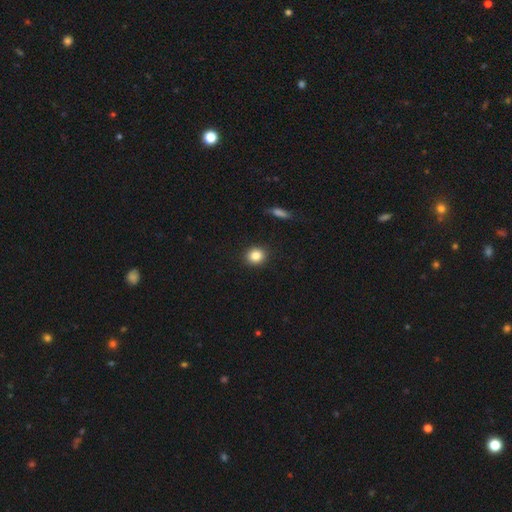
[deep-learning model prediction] Smooth or featured?
  - smooth: 85% *
  - star or artifact: 10%
  - featured or disk: 5%
How rounded?
  - round: 82% *
  - in between: 17%
  - cigar-shaped: 1%
Merging?
  - none: 91% *
  - minor disturbance: 6%
  - major disturbance: 2%
  - merger: 1%